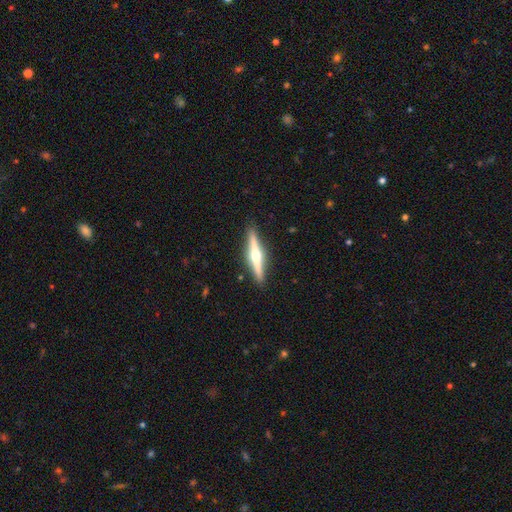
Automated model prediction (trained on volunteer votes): Overall: featured or disk (72%). Edge-on disk: yes (98%). Edge-on bulge: rounded (94%). Merging: none (90%).